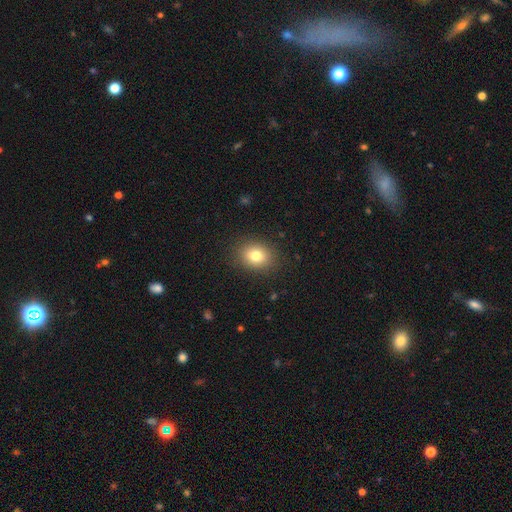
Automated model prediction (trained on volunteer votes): Smooth or featured?
  - smooth: 79% *
  - star or artifact: 11%
  - featured or disk: 10%
How rounded?
  - in between: 52% *
  - round: 47%
  - cigar-shaped: 1%
Merging?
  - none: 88% *
  - minor disturbance: 8%
  - major disturbance: 3%
  - merger: 1%